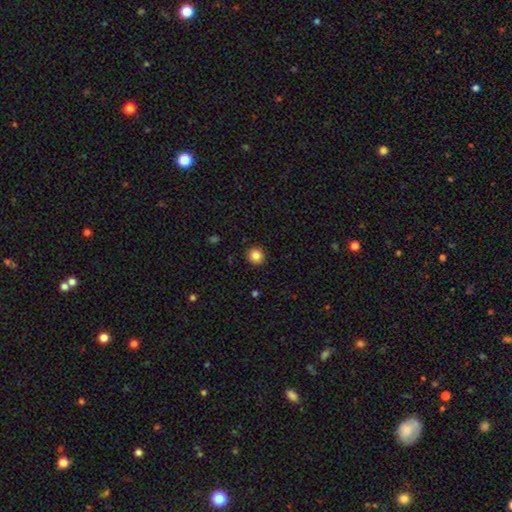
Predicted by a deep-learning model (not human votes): Overall: smooth (85%). How rounded: round (93%). Merging: none (92%).